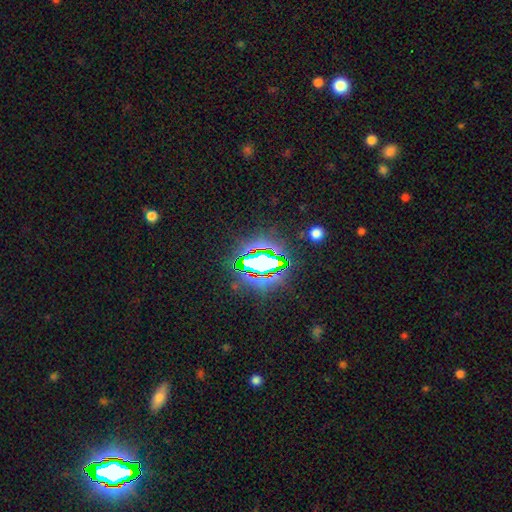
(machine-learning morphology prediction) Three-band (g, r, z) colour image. It shows a star or artifact, not a galaxy (68%).